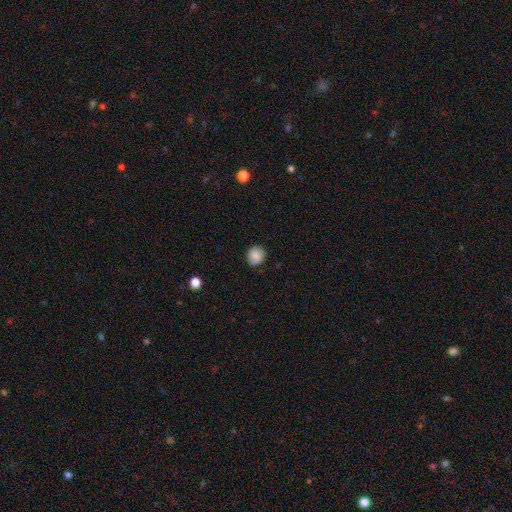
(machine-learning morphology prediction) Smooth or featured? smooth (80%)
How rounded? round (84%)
Merging? none (82%)